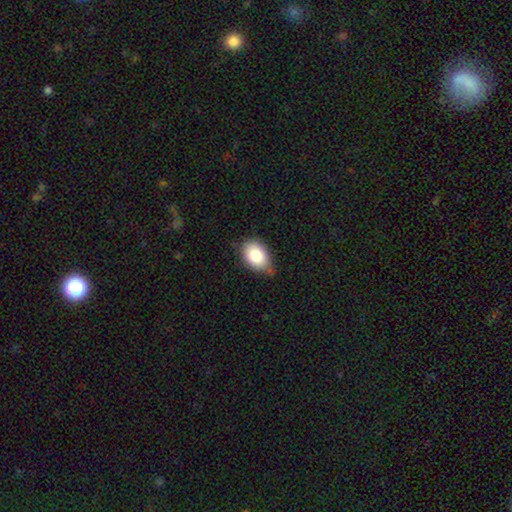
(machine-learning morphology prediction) Smooth or featured? smooth (81%)
How rounded? in between (78%)
Merging? none (56%)